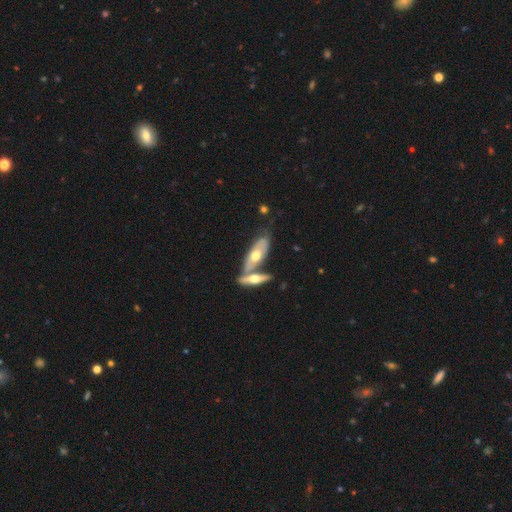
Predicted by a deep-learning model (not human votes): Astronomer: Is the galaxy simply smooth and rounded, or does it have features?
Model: featured or disk — 56% (runner-up: smooth, 38%).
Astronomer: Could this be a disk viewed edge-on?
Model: no — 51% (runner-up: yes, 49%).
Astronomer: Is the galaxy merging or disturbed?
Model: merger — 43% (runner-up: none, 41%).